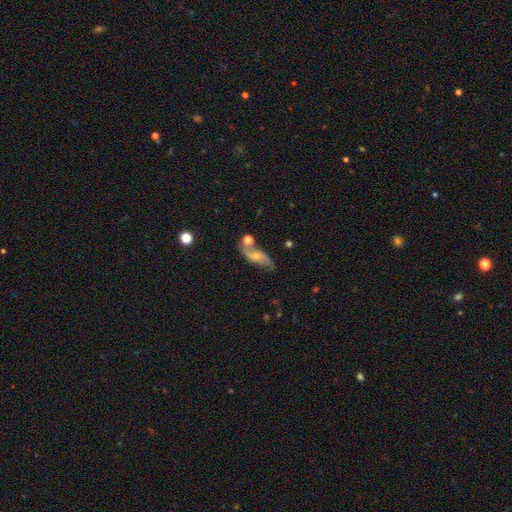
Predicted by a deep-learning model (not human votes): Smooth or featured? featured or disk (57%)
Edge-on disk? no (86%)
Merging? none (56%)